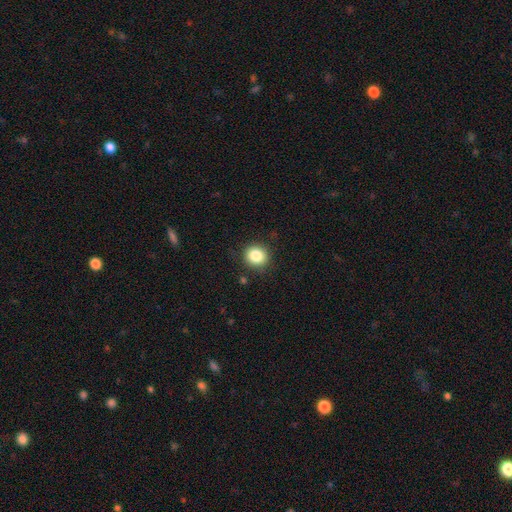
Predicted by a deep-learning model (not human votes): Smooth or featured?
  - smooth: 85% *
  - star or artifact: 10%
  - featured or disk: 5%
How rounded?
  - round: 85% *
  - in between: 14%
  - cigar-shaped: 1%
Merging?
  - none: 87% *
  - minor disturbance: 9%
  - major disturbance: 3%
  - merger: 1%